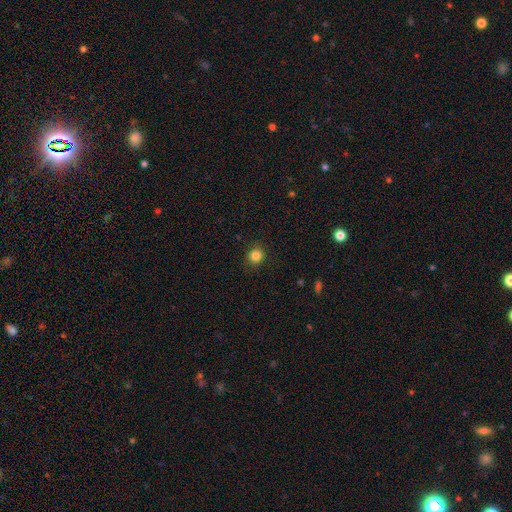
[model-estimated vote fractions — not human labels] The model was most divided on "smooth or featured": smooth: 84%, star or artifact: 12%, featured or disk: 4%. More confident: merging — none (89%); how rounded — round (87%).